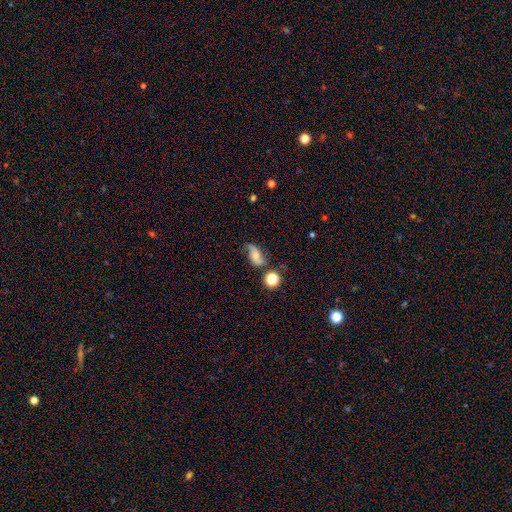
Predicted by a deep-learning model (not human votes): featured or disk 56%, smooth 32%, star or artifact 12%. Down the decision tree: edge-on disk — no (94%); bar — no (62%); spiral arms — yes (87%); bulge size — moderate (41%); merging — none (56%).